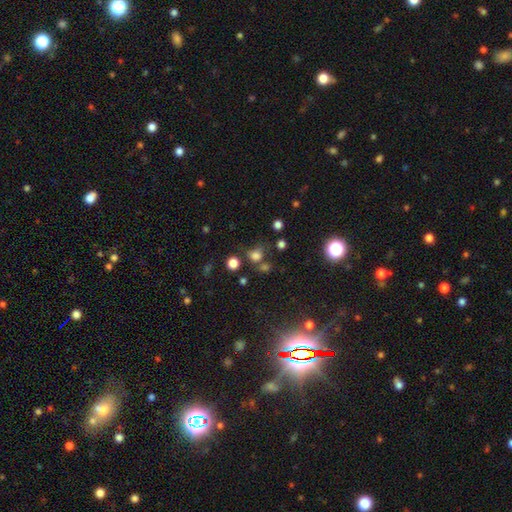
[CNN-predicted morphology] The model was most divided on "merging": none: 56%, merger: 18%, minor disturbance: 16%, major disturbance: 10%. More confident: how rounded — round (72%); smooth or featured — smooth (70%).